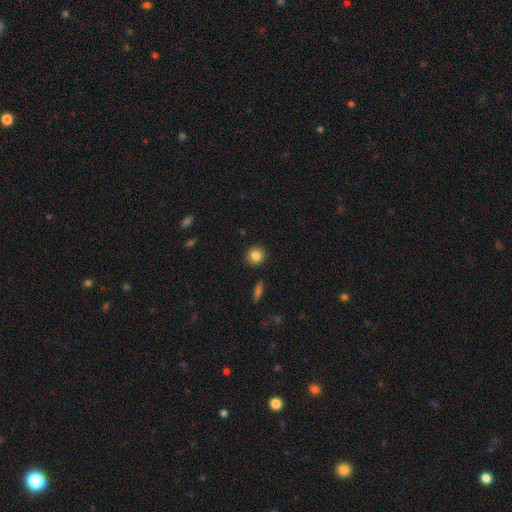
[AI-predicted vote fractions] A smooth galaxy with no disk features (84%) that is round (91%).

Vote fractions:
- Smooth or featured? smooth: 84% / star or artifact: 9% / featured or disk: 6%
- How rounded? round: 91% / in between: 8% / cigar-shaped: 1%
- Merging? none: 91% / minor disturbance: 6% / major disturbance: 2% / merger: 2%